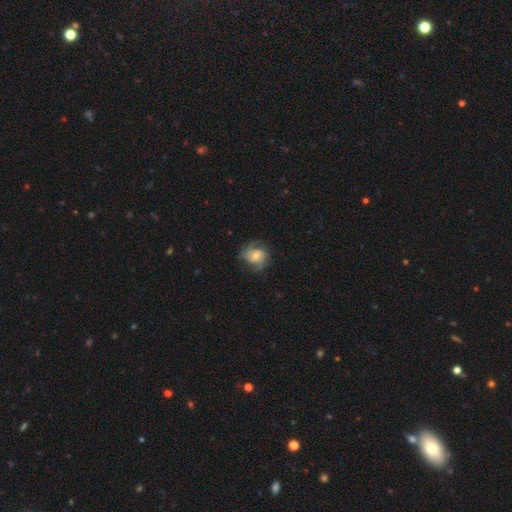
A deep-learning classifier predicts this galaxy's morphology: smooth-or-featured: featured or disk: 54% | smooth: 38% | star or artifact: 8%
  disk-edge-on: no: 97% | yes: 3%
    bar: no: 67% | weak: 27% | strong: 6%
    has-spiral-arms: yes: 84% | no: 16%
    bulge-size: moderate: 53% | small: 37% | large: 6% | none: 2% | dominant: 1%
  merging: none: 66% | minor disturbance: 22% | major disturbance: 12% | merger: 1%